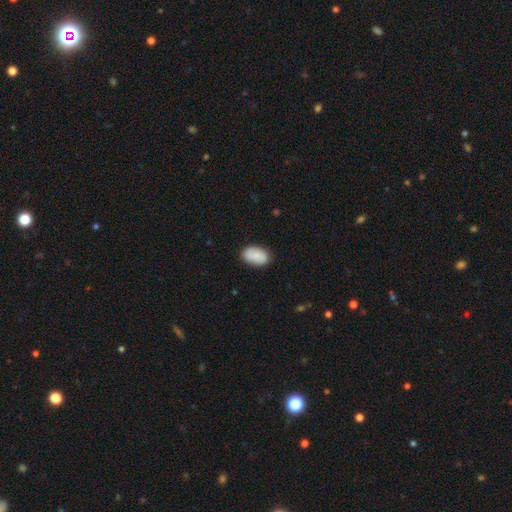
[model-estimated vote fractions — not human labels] Smooth or featured? Predicted: smooth (p=0.87). How rounded? Predicted: in between (p=0.93). Merging? Predicted: none (p=0.83).